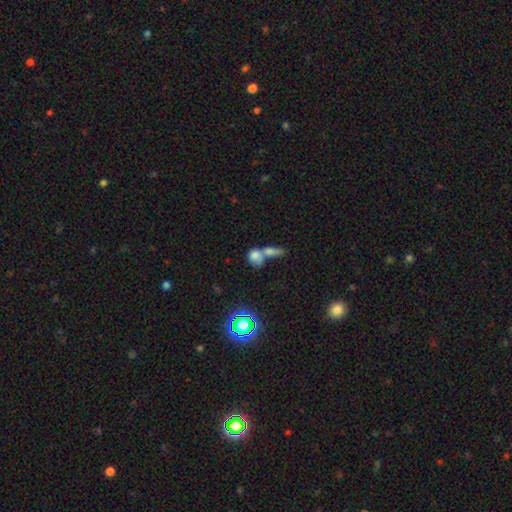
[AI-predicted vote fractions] The model was most divided on "how rounded": round: 52%, in between: 41%, cigar-shaped: 7%. More confident: smooth or featured — smooth (71%); merging — merger (60%).